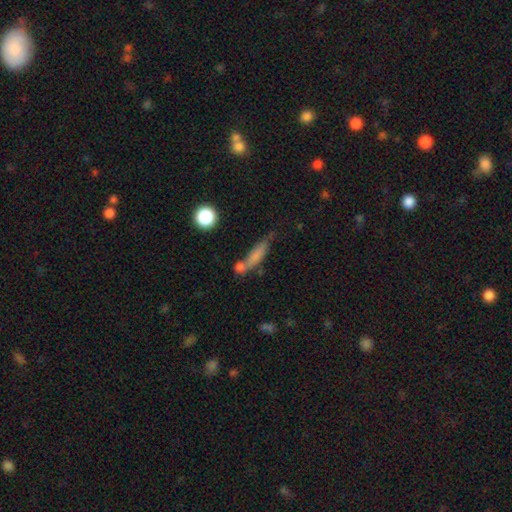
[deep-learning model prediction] smooth-or-featured: smooth: 69% | featured or disk: 20% | star or artifact: 10%
  how-rounded: cigar-shaped: 70% | in between: 25% | round: 5%
  merging: none: 44% | merger: 28% | minor disturbance: 18% | major disturbance: 9%